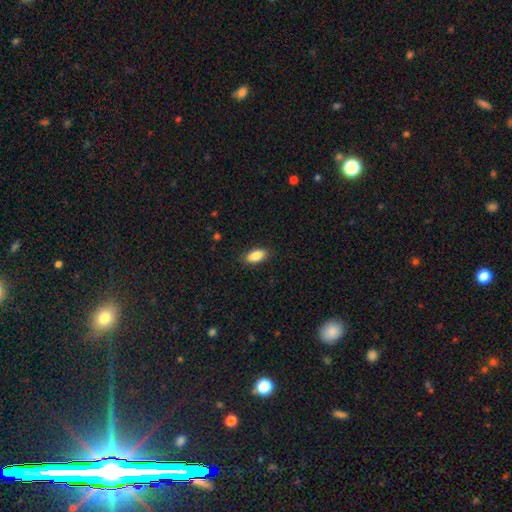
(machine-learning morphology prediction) Q: Smooth or featured?
A: smooth (87%); runner-up: star or artifact (7%)
Q: How rounded?
A: in between (91%); runner-up: cigar-shaped (6%)
Q: Merging?
A: none (87%); runner-up: minor disturbance (9%)